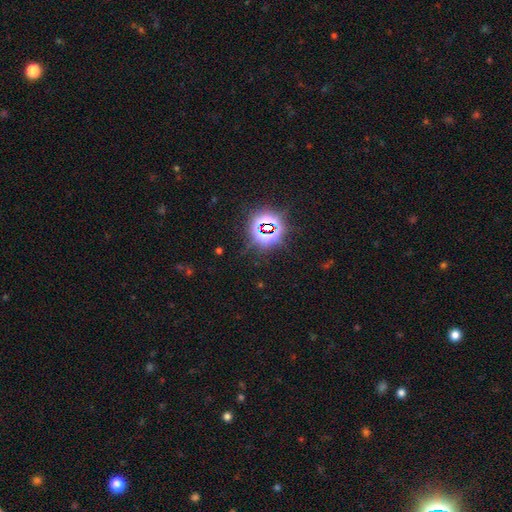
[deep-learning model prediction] star or artifact 82%, smooth 11%, featured or disk 7%.